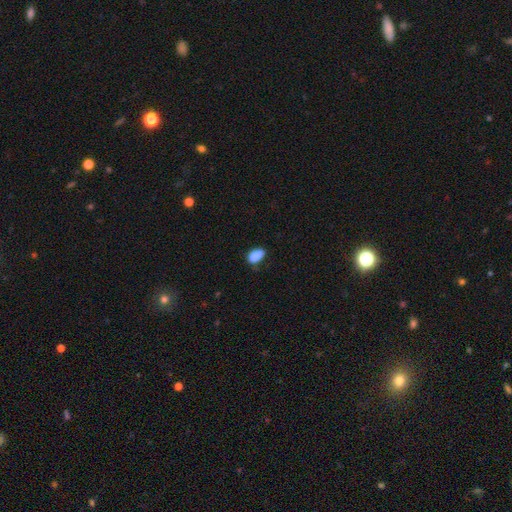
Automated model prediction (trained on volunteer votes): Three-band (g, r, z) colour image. It shows a smooth galaxy with no disk features (87%) that is in between round and cigar-shaped (90%). Merging: none (60%).